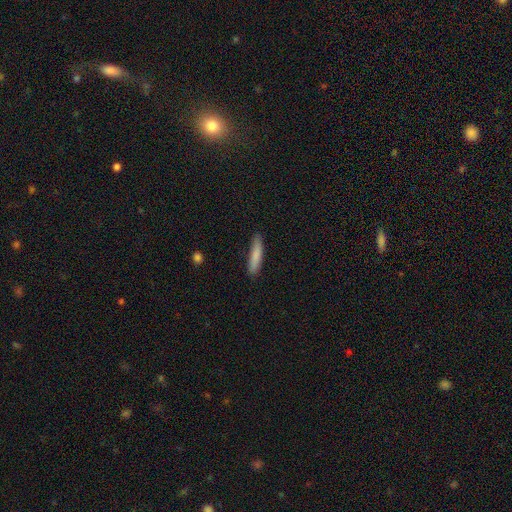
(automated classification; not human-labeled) A smooth galaxy with no disk features (84%) that is cigar-shaped (86%). Merging: none (84%).